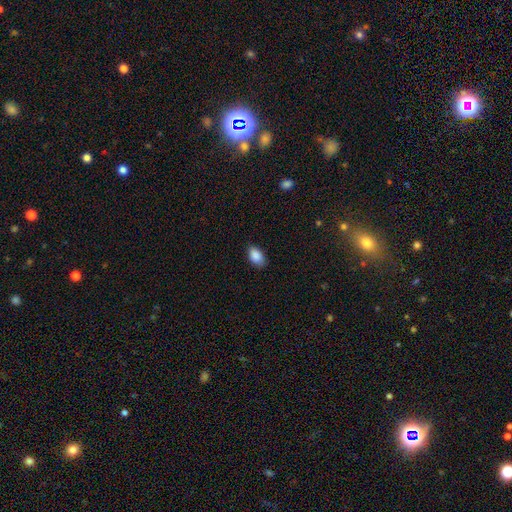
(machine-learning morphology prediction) A smooth galaxy with no disk features (89%) that is in between round and cigar-shaped (92%). Merging: none (83%).